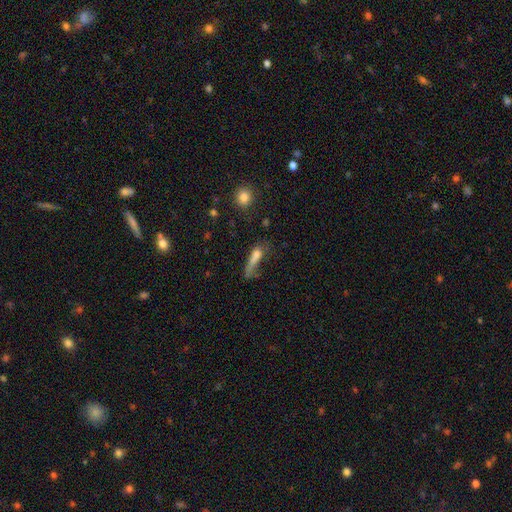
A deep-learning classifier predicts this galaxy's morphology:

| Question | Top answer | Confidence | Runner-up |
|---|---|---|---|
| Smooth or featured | smooth | 59% | featured or disk (28%) |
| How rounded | cigar-shaped | 72% | in between (23%) |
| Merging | major disturbance | 37% | none (32%) |